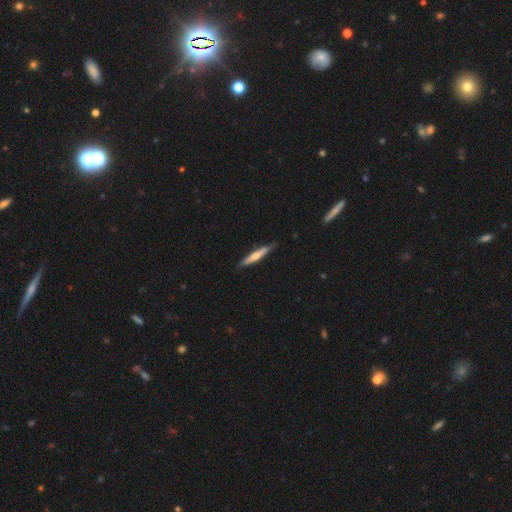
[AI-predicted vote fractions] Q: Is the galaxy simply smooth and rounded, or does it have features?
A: smooth — 51%.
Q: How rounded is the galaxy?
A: cigar-shaped — 93%.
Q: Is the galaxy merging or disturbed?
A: none — 85%.